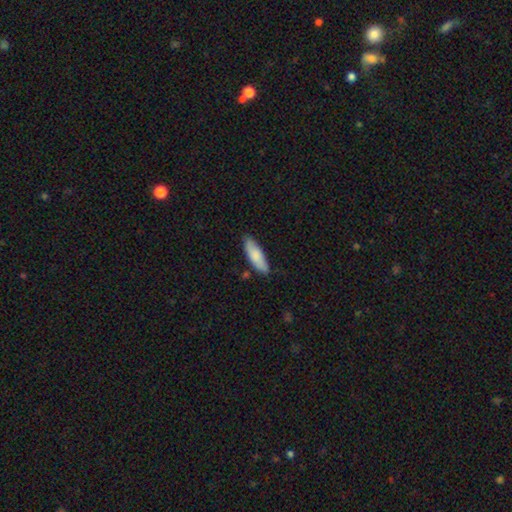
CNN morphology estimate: The model was most divided on "how rounded": in between: 56%, cigar-shaped: 43%, round: 2%. More confident: merging — none (82%); smooth or featured — smooth (81%).